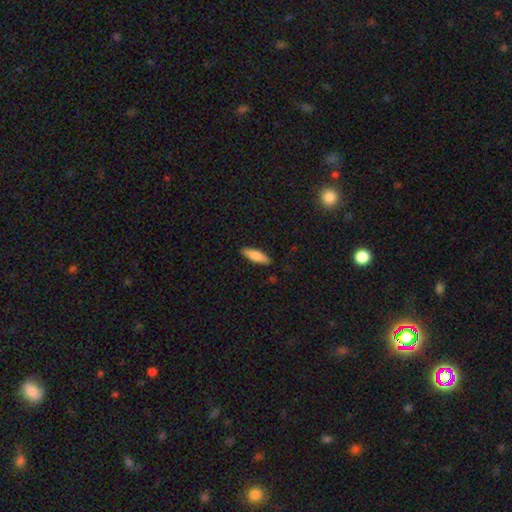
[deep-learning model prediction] Morphology: type=smooth (78%); roundness=cigar-shaped (55%); merging=none (88%).